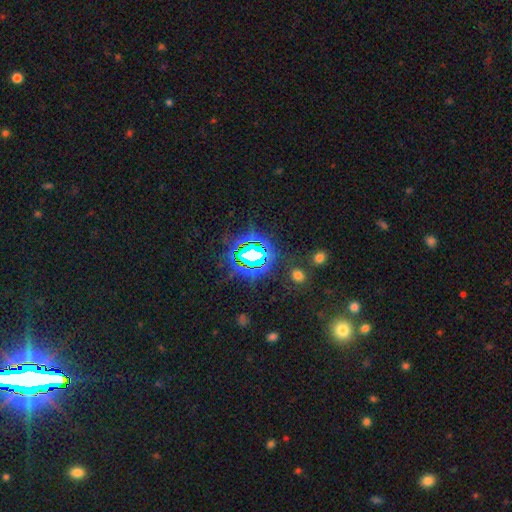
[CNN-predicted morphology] The model was most divided on "smooth or featured": star or artifact: 75%, smooth: 15%, featured or disk: 10%.